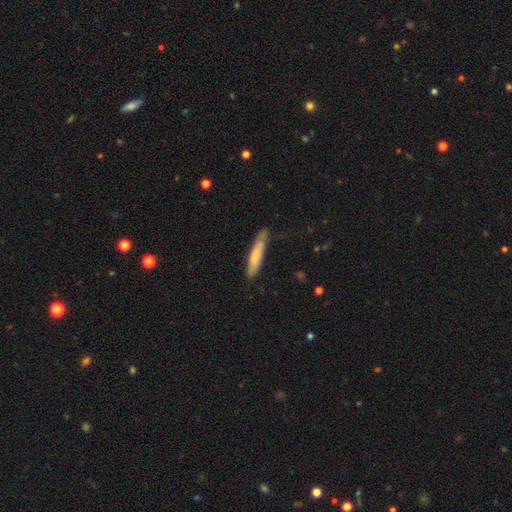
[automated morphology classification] Smooth or featured?
  - smooth: 73% *
  - featured or disk: 21%
  - star or artifact: 6%
How rounded?
  - cigar-shaped: 88% *
  - in between: 10%
  - round: 1%
Merging?
  - none: 66% *
  - minor disturbance: 26%
  - major disturbance: 5%
  - merger: 3%